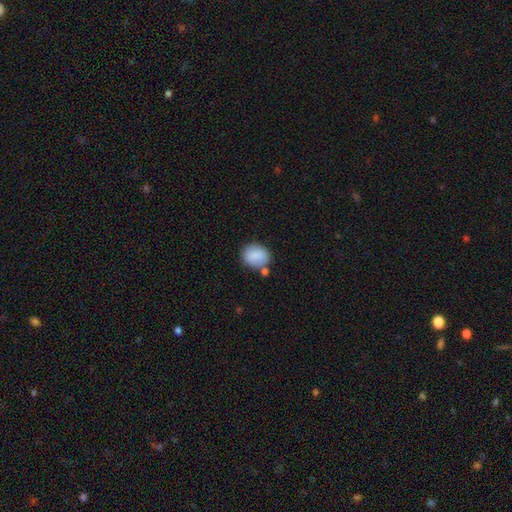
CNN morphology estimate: smooth_or_featured: smooth (p=0.86) [alt: star or artifact p=0.07]
how_rounded: round (p=0.51) [alt: in between p=0.48]
merging: none (p=0.68) [alt: minor disturbance p=0.15]